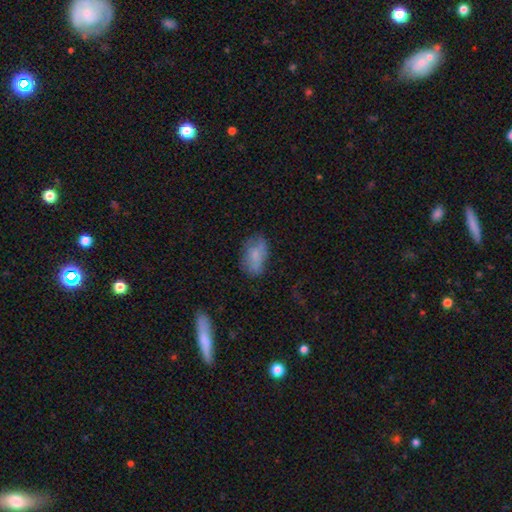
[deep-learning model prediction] This appears to be a smooth galaxy with no disk features (73%) that is in between round and cigar-shaped (90%). Merging: none (59%).